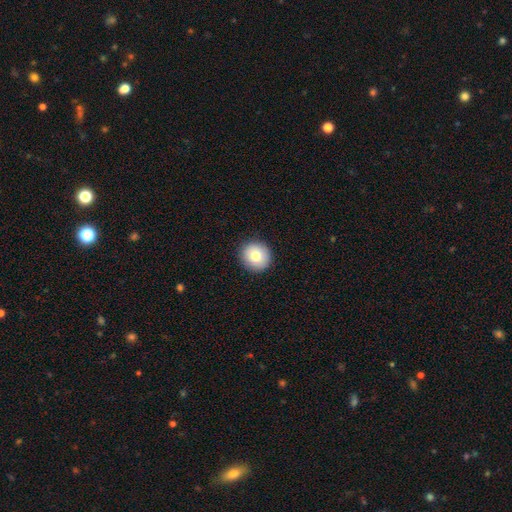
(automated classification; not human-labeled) Smooth or featured: smooth — 79% (featured or disk — 12%)
How rounded: round — 92% (in between — 7%)
Merging: none — 91% (minor disturbance — 6%)